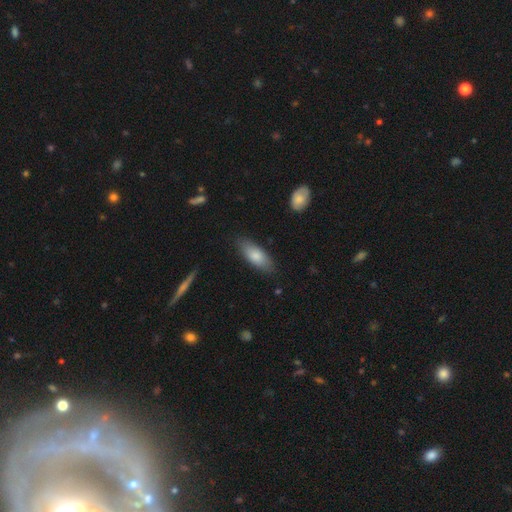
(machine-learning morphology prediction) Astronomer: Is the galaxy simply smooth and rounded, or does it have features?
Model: smooth — 80%.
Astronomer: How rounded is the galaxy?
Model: in between — 74%.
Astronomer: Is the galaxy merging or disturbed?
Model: none — 81%.